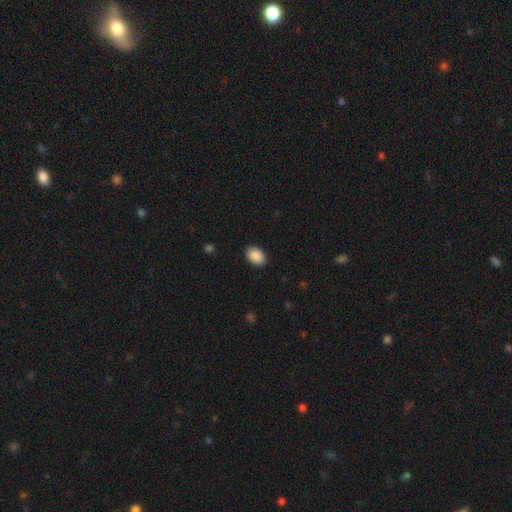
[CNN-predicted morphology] smooth_or_featured: smooth (p=0.90) [alt: star or artifact p=0.07]
how_rounded: in between (p=0.85) [alt: round p=0.14]
merging: none (p=0.89) [alt: minor disturbance p=0.08]